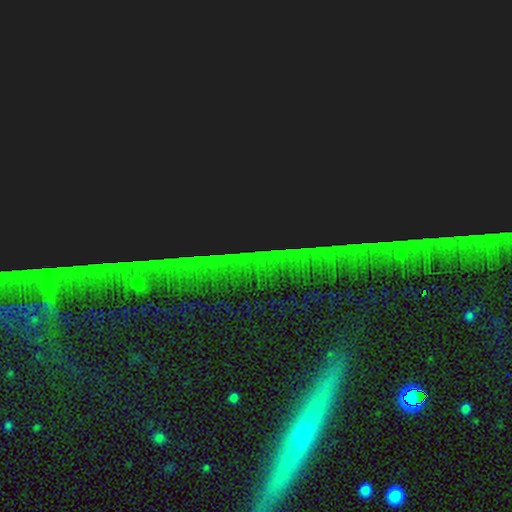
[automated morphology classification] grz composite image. It shows a star or artifact, not a galaxy (75%).